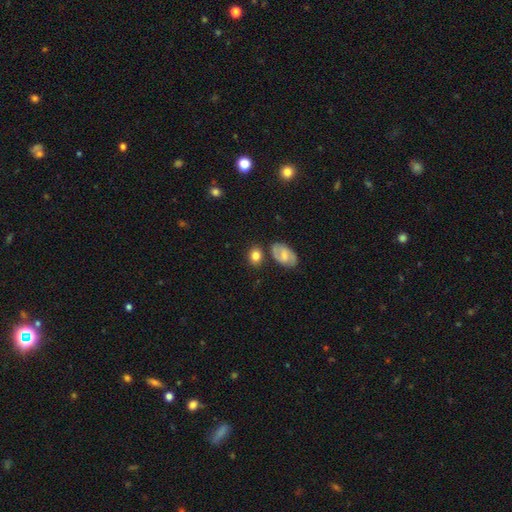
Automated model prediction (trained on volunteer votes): Smooth or featured? smooth (77%)
How rounded? round (50%)
Merging? none (71%)